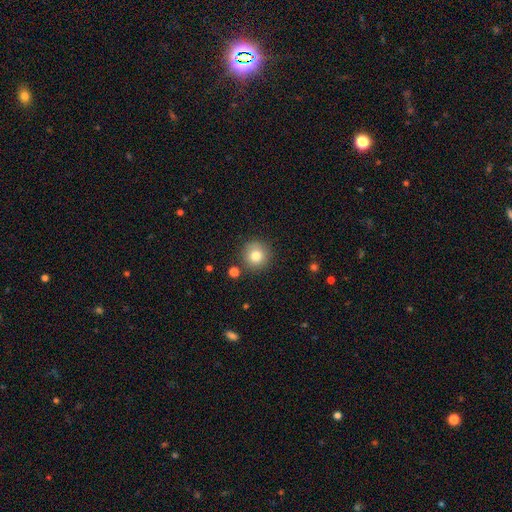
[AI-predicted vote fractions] Morphology: type=smooth (80%); roundness=round (94%); merging=none (85%).